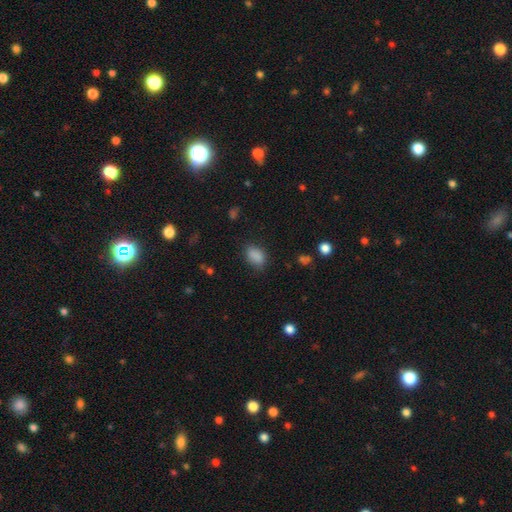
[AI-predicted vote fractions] smooth-or-featured: smooth: 86% | star or artifact: 9% | featured or disk: 4%
  how-rounded: in between: 83% | round: 15% | cigar-shaped: 2%
  merging: none: 75% | minor disturbance: 18% | major disturbance: 5% | merger: 2%